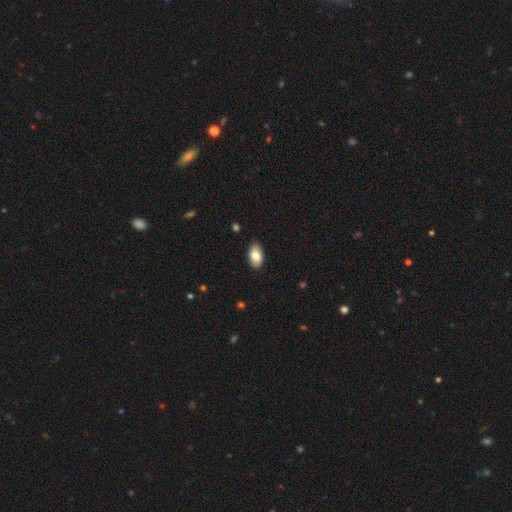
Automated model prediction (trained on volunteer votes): This is clearly a smooth galaxy (82%). How rounded: clearly in between (94%). Merging: clearly none (88%).